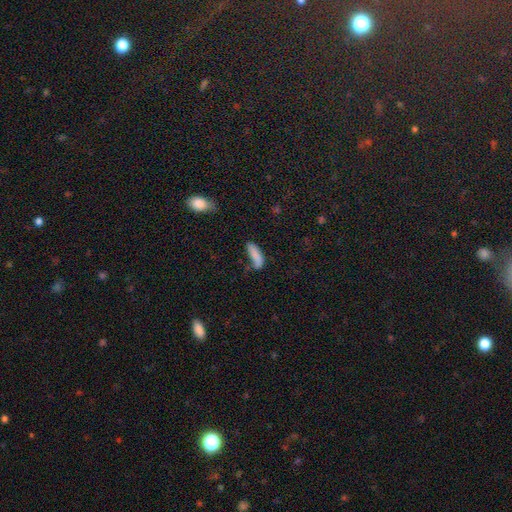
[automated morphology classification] Smooth or featured?
  - smooth: 81% *
  - featured or disk: 10%
  - star or artifact: 9%
How rounded?
  - in between: 50% *
  - cigar-shaped: 48%
  - round: 2%
Merging?
  - none: 46% *
  - minor disturbance: 28%
  - major disturbance: 16%
  - merger: 10%